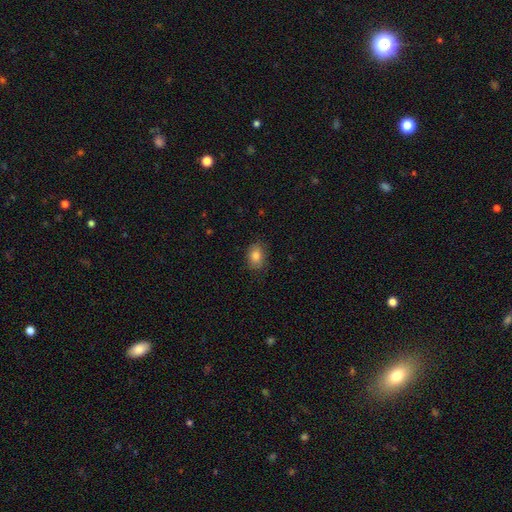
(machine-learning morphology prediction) Q: Smooth or featured?
A: smooth (84%); runner-up: star or artifact (9%)
Q: How rounded?
A: in between (71%); runner-up: round (28%)
Q: Merging?
A: none (80%); runner-up: minor disturbance (16%)